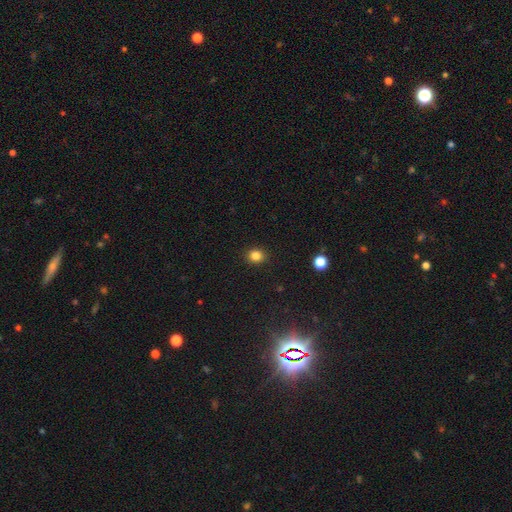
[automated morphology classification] A smooth galaxy with no disk features (84%) that is round (74%). Merging: none (90%).